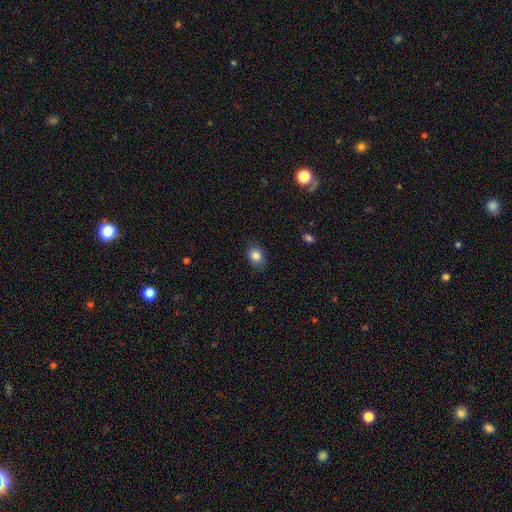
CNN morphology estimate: The model was most divided on "how rounded": in between: 56%, round: 43%, cigar-shaped: 1%. More confident: merging — none (85%); smooth or featured — smooth (84%).